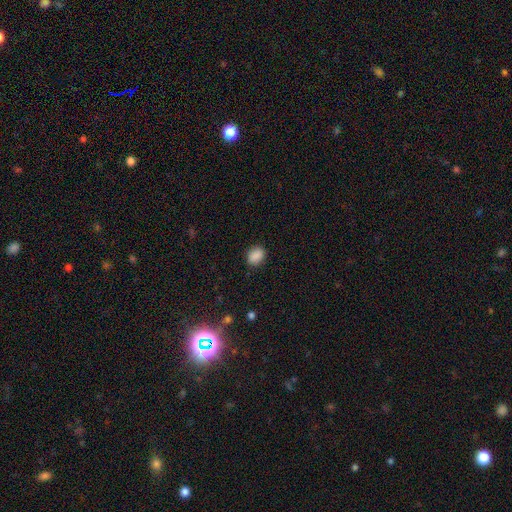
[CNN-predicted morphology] Smooth or featured?
  - smooth: 88% *
  - star or artifact: 9%
  - featured or disk: 3%
How rounded?
  - in between: 57% *
  - round: 41%
  - cigar-shaped: 1%
Merging?
  - none: 87% *
  - minor disturbance: 9%
  - major disturbance: 3%
  - merger: 1%